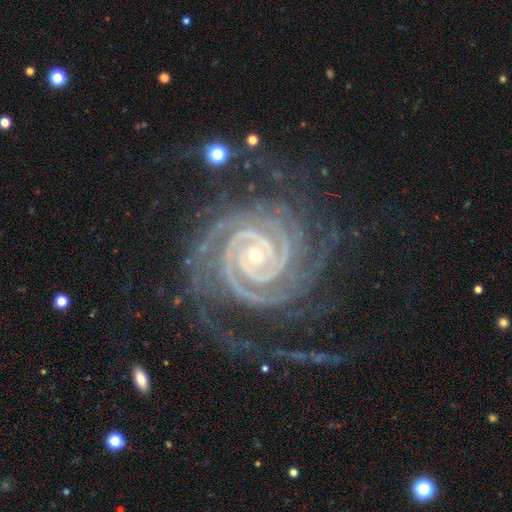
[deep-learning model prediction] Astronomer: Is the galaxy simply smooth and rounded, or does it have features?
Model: featured or disk — 93%.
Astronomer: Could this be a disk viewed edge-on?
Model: no — 98%.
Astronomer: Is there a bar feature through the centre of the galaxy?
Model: no — 64%.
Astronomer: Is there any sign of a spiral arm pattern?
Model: yes — 99%.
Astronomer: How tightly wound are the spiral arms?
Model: tight — 86%.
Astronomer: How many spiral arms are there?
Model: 2 — 50%.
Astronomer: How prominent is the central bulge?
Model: small — 74%.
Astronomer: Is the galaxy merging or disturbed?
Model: none — 68%.